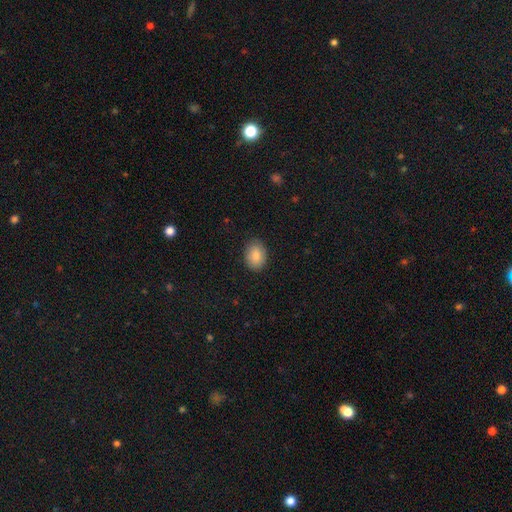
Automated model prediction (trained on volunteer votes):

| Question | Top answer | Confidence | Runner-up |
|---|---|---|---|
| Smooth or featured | smooth | 87% | star or artifact (7%) |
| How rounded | in between | 71% | round (28%) |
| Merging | none | 85% | minor disturbance (11%) |